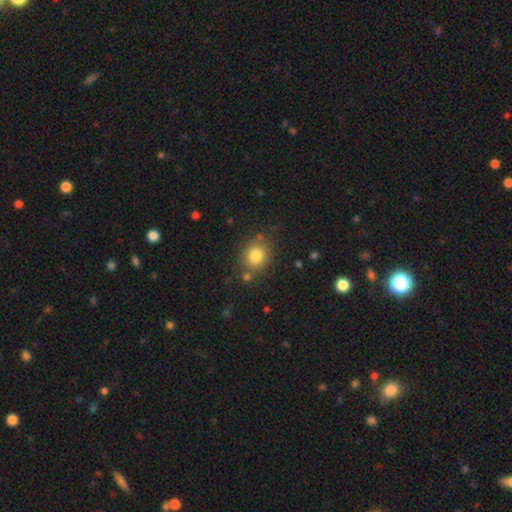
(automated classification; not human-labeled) Smooth or featured? smooth (82%)
How rounded? round (72%)
Merging? none (78%)